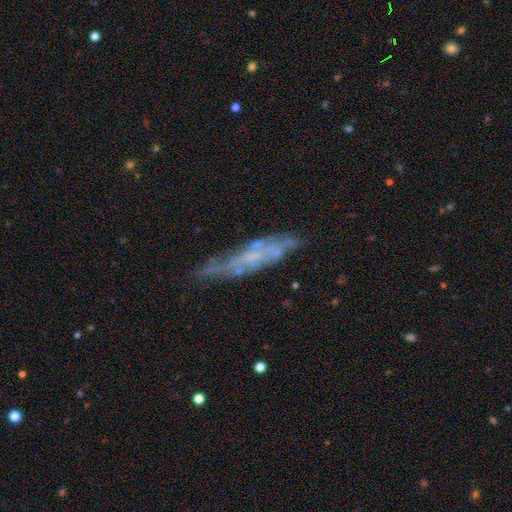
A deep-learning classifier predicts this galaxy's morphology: Smooth or featured: featured or disk — 62% (smooth — 28%)
Edge-on disk: yes — 50% (tied with no — 50%)
Merging: none — 65% (minor disturbance — 23%)